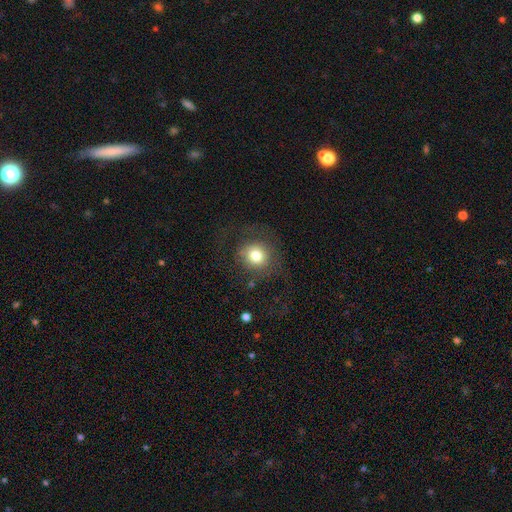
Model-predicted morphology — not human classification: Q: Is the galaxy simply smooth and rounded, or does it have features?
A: smooth — 75%.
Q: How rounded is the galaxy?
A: round — 88%.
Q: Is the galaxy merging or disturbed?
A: none — 70%.